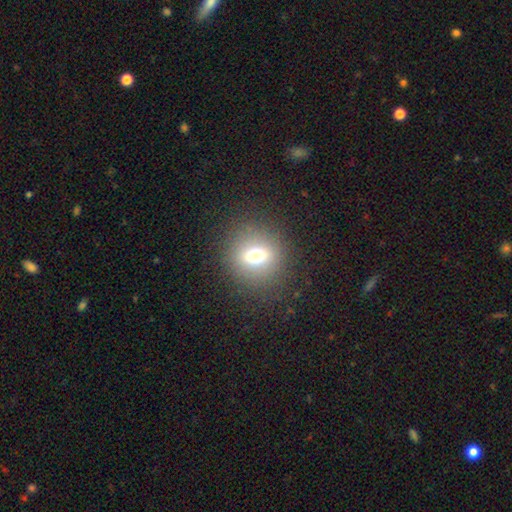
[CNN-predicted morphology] Q: Smooth or featured?
A: smooth (66%); runner-up: featured or disk (17%)
Q: How rounded?
A: round (75%); runner-up: in between (23%)
Q: Merging?
A: none (86%); runner-up: minor disturbance (8%)